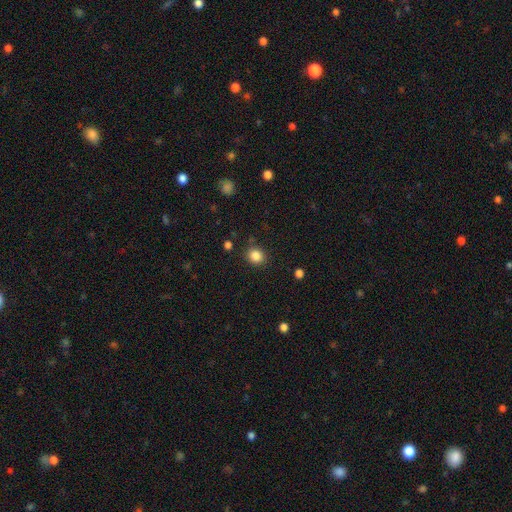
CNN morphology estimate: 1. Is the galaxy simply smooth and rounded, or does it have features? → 85% smooth, 11% star or artifact, 4% featured or disk.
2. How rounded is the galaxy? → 80% round, 20% in between, 1% cigar-shaped.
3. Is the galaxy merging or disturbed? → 86% none, 9% minor disturbance, 3% major disturbance, 2% merger.